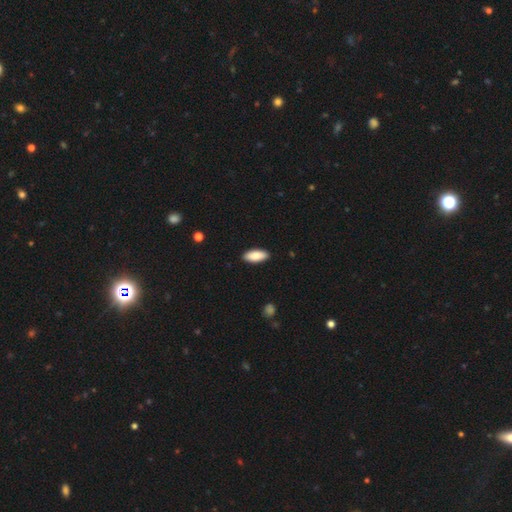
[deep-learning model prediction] A smooth galaxy with no disk features (86%) that is in between round and cigar-shaped (83%). Merging: none (90%).